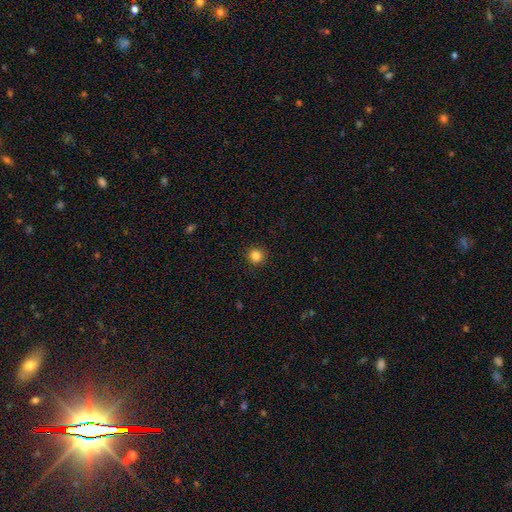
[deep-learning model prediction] The model was most divided on "smooth or featured": smooth: 84%, star or artifact: 12%, featured or disk: 4%. More confident: how rounded — round (95%); merging — none (93%).